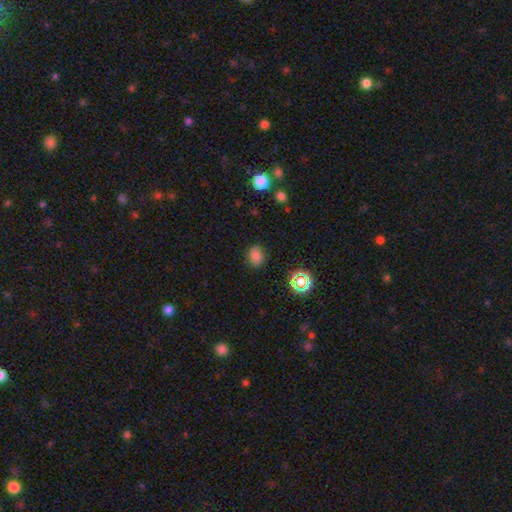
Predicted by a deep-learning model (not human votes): Smooth or featured? Predicted: smooth (p=0.78). How rounded? Predicted: in between (p=0.56). Merging? Predicted: none (p=0.84).